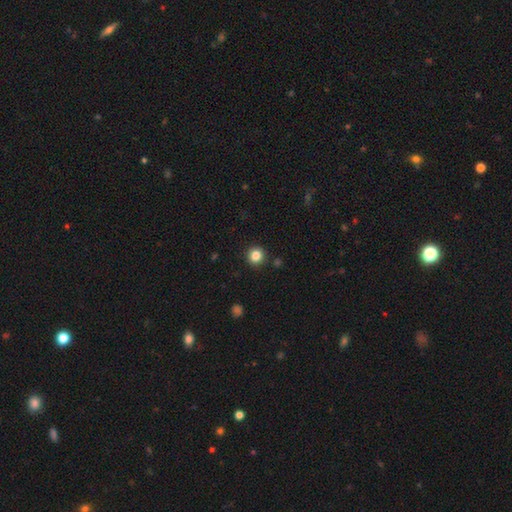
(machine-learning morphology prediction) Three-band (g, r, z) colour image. It shows a smooth galaxy with no disk features (84%) that is round (93%). Merging: none (91%).